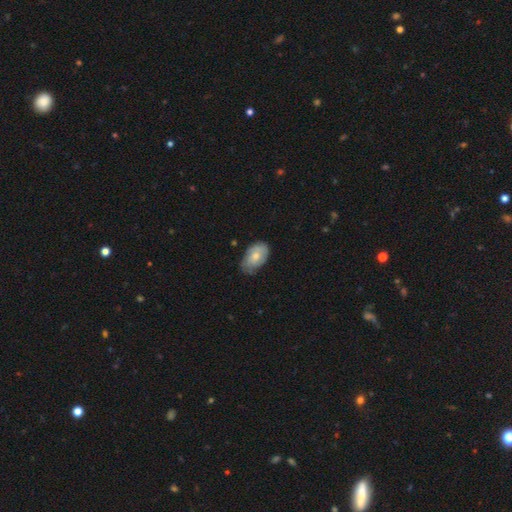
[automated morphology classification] Overall: smooth (64%; featured or disk 30%). How rounded: in between (90%). Merging: none (58%; minor disturbance 34%).